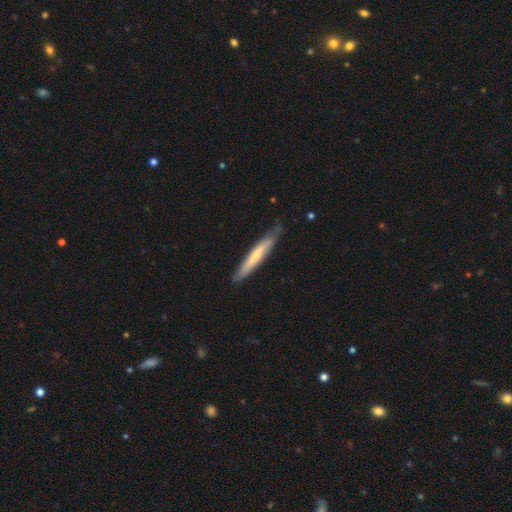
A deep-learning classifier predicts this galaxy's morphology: Smooth or featured? smooth (52%)
How rounded? cigar-shaped (92%)
Merging? none (76%)